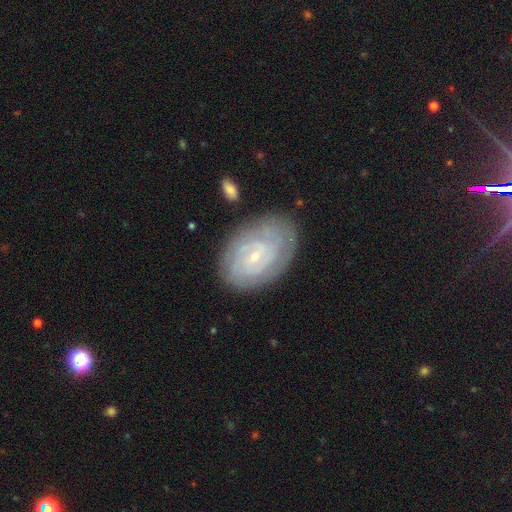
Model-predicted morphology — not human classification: A featured or disk galaxy (80%) with no bar (66%), tight (78%) spiral arms (93%) and a small central bulge (84%). Merging: none (76%).